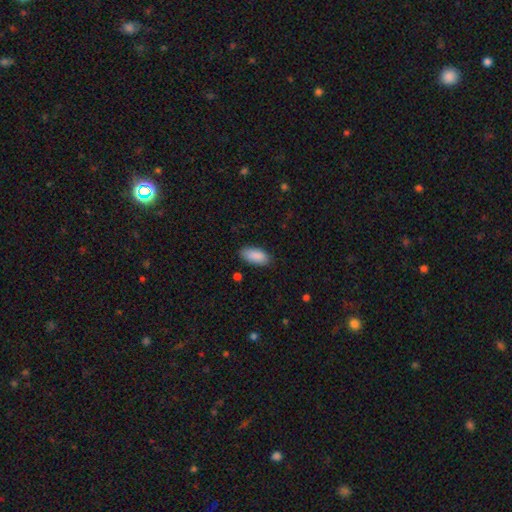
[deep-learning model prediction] This appears to be a smooth galaxy with no disk features (90%) that is in between round and cigar-shaped (92%). Merging: none (84%).